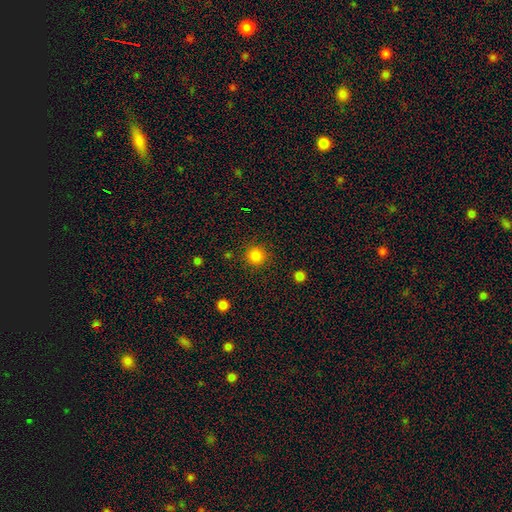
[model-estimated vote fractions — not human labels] A smooth galaxy with no disk features (84%) that is round (94%). Merging: none (89%).